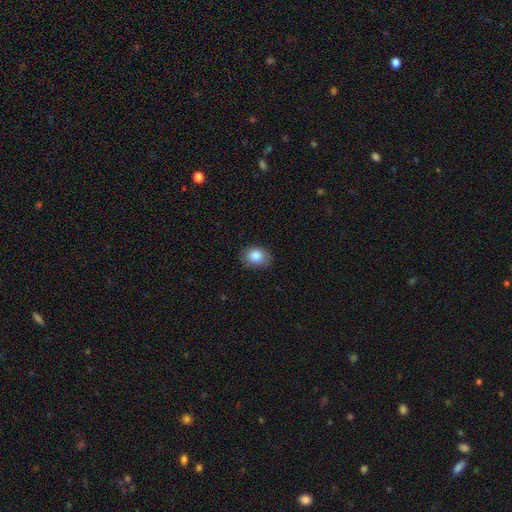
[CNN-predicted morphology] Smooth or featured: smooth — 85% (star or artifact — 8%)
How rounded: in between — 61% (round — 38%)
Merging: none — 81% (minor disturbance — 15%)